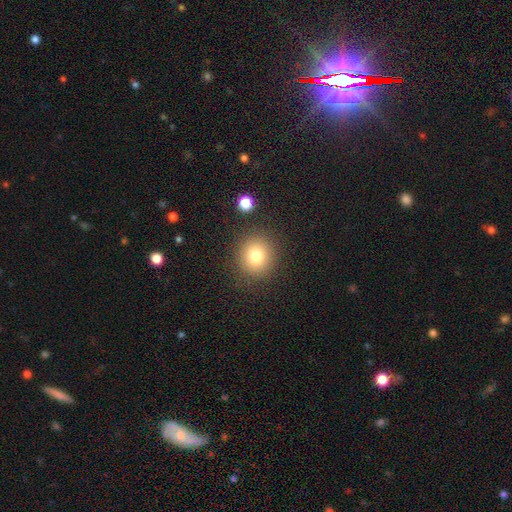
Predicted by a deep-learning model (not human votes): A smooth galaxy with no disk features (78%) that is round (85%). Merging: none (86%).